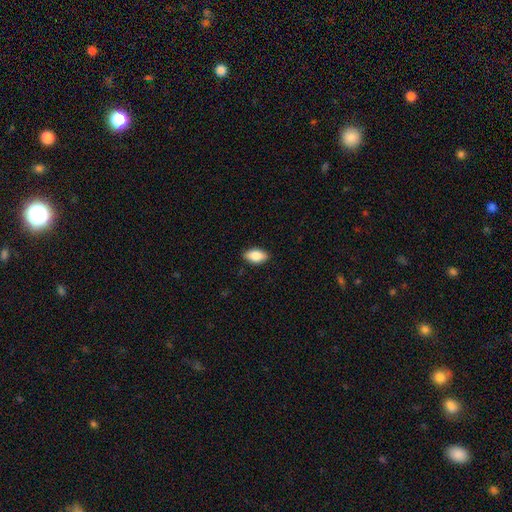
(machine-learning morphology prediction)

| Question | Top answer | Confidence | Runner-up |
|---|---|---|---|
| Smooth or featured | smooth | 82% | featured or disk (11%) |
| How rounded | in between | 91% | round (5%) |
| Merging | none | 88% | minor disturbance (9%) |